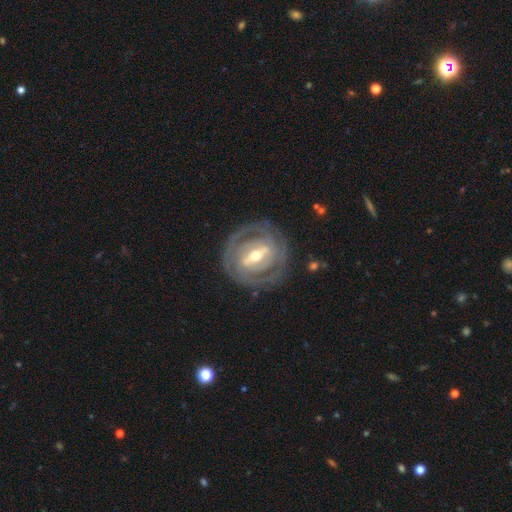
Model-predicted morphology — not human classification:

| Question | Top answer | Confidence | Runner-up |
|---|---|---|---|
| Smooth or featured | featured or disk | 87% | smooth (9%) |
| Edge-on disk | no | 94% | yes (6%) |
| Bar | strong | 65% | weak (27%) |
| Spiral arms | yes | 84% | no (16%) |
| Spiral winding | tight | 75% | medium (19%) |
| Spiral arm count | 2 | 50% | can't tell (25%) |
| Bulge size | moderate | 63% | small (30%) |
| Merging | none | 81% | minor disturbance (12%) |